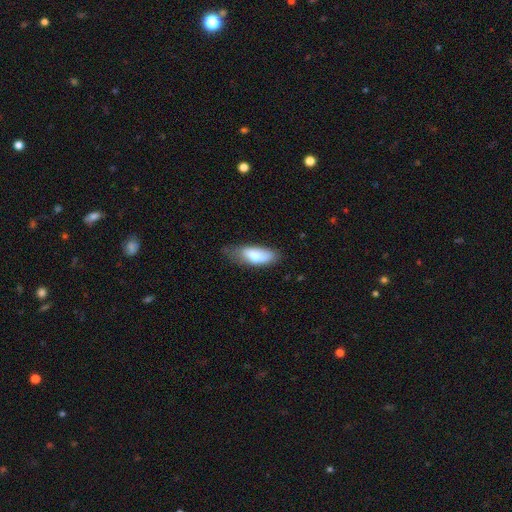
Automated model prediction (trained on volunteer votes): Smooth or featured? smooth (77%)
How rounded? in between (77%)
Merging? none (50%)